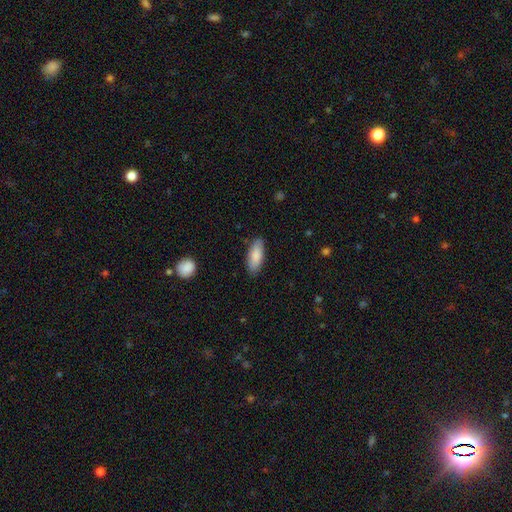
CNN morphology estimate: Smooth or featured?
  - smooth: 85% *
  - featured or disk: 9%
  - star or artifact: 6%
How rounded?
  - in between: 77% *
  - cigar-shaped: 21%
  - round: 2%
Merging?
  - none: 86% *
  - minor disturbance: 11%
  - major disturbance: 2%
  - merger: 1%